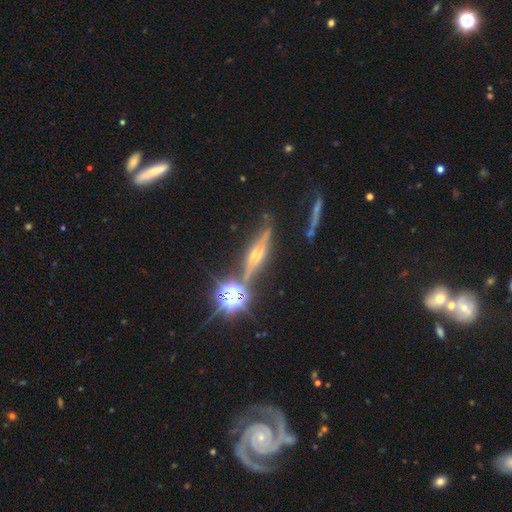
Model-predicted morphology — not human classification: A featured or disk galaxy (66%) viewed edge-on (92%) with a rounded central bulge (90%). Merging: none (78%).